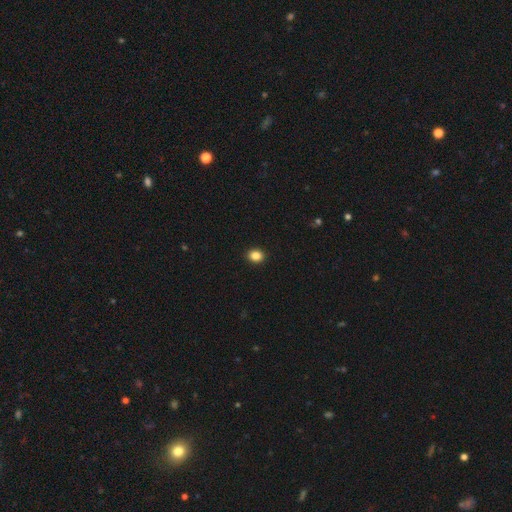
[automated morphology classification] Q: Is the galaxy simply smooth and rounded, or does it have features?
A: smooth — 86%.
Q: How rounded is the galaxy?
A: round — 59%.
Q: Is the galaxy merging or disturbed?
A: none — 92%.